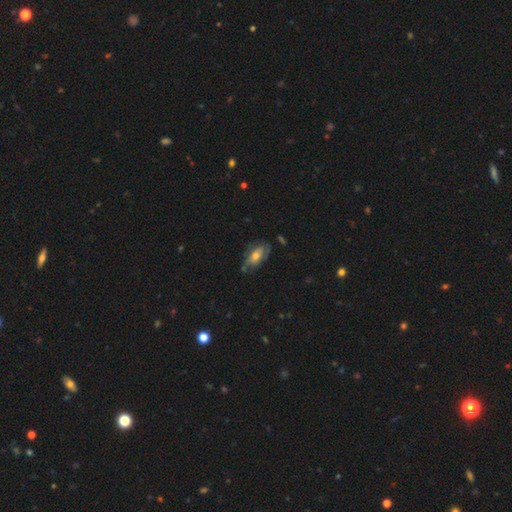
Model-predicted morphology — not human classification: This is possibly a smooth galaxy (48%). Merging: possibly none (59%).